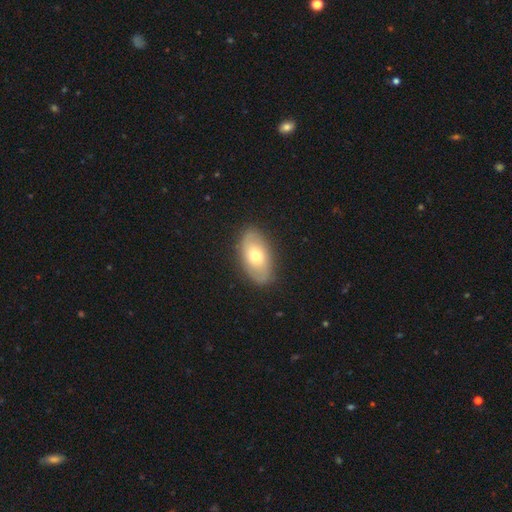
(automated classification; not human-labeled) Morphology: type=smooth (54%); roundness=in between (91%); merging=none (86%).